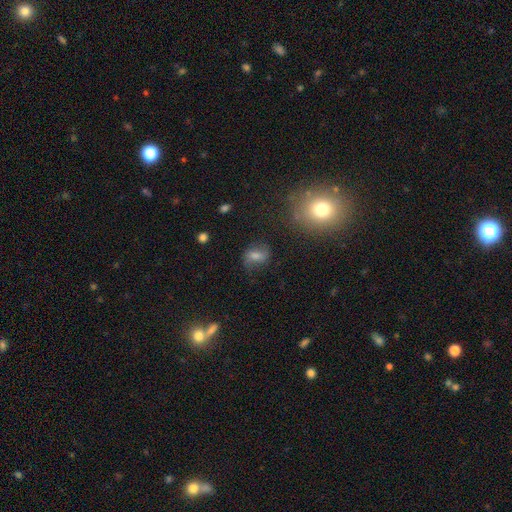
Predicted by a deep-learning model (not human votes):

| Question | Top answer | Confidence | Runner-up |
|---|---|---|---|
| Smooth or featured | smooth | 54% | featured or disk (31%) |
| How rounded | in between | 69% | round (27%) |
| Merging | none | 61% | minor disturbance (22%) |